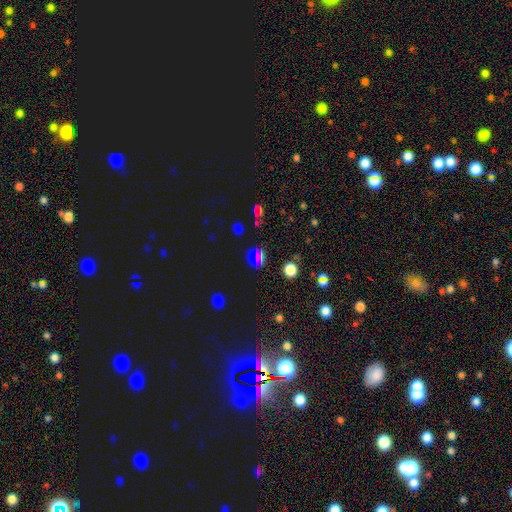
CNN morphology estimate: A star or artifact, not a galaxy (65%).